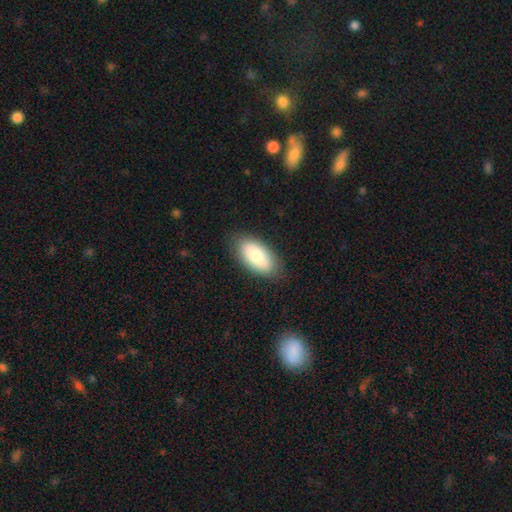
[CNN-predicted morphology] smooth_or_featured: smooth (p=0.80) [alt: featured or disk p=0.14]
how_rounded: in between (p=0.94) [alt: cigar-shaped p=0.03]
merging: none (p=0.84) [alt: minor disturbance p=0.12]